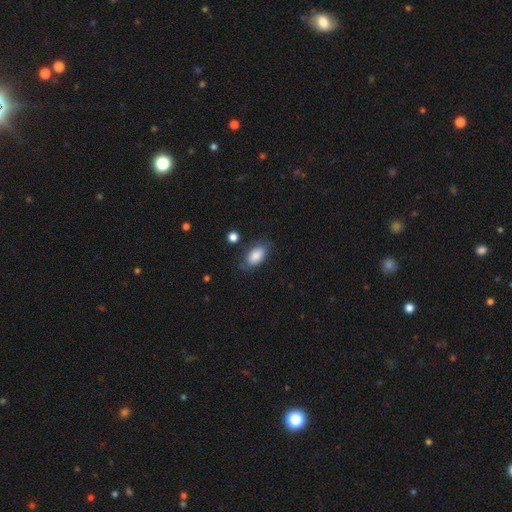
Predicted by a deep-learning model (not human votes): Morphology: type=smooth (85%); roundness=in between (92%); merging=none (74%).